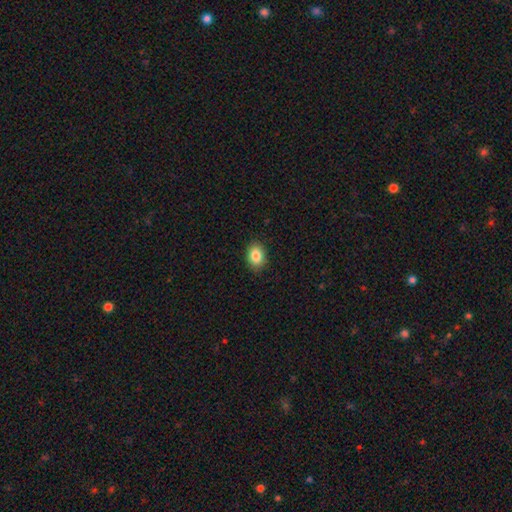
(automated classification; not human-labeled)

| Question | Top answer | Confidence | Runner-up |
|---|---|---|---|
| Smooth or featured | smooth | 86% | star or artifact (9%) |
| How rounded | in between | 73% | round (26%) |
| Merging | none | 89% | minor disturbance (9%) |